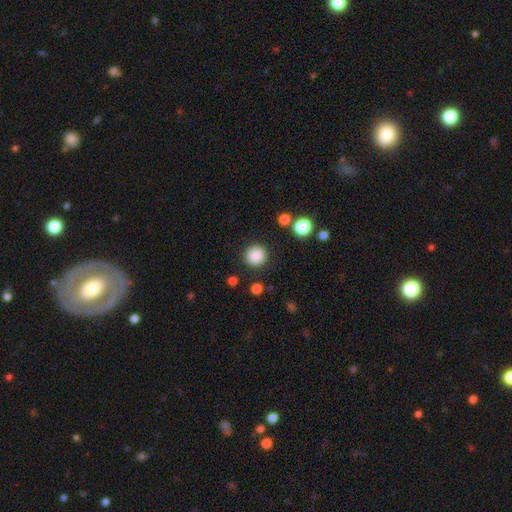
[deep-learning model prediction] smooth 87%, star or artifact 10%, featured or disk 4%. Down the decision tree: how rounded — round (95%); merging — none (90%).